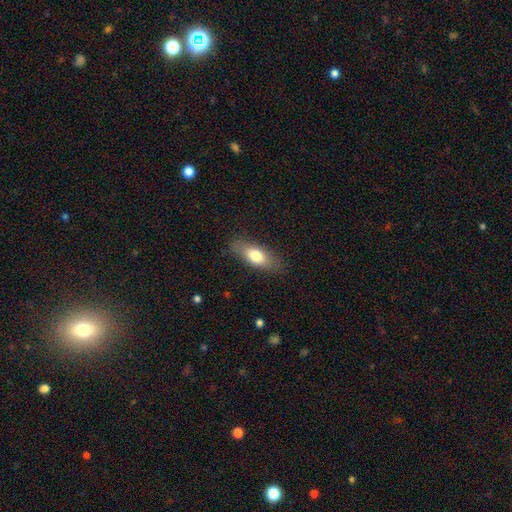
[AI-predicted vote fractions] The model was most divided on "smooth or featured": smooth: 73%, featured or disk: 20%, star or artifact: 7%. More confident: merging — none (79%); how rounded — in between (76%).